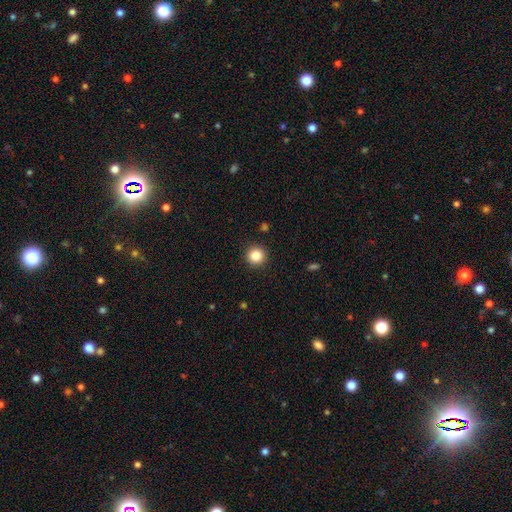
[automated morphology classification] This appears to be a smooth galaxy with no disk features (85%) that is round (95%). Merging: none (92%).